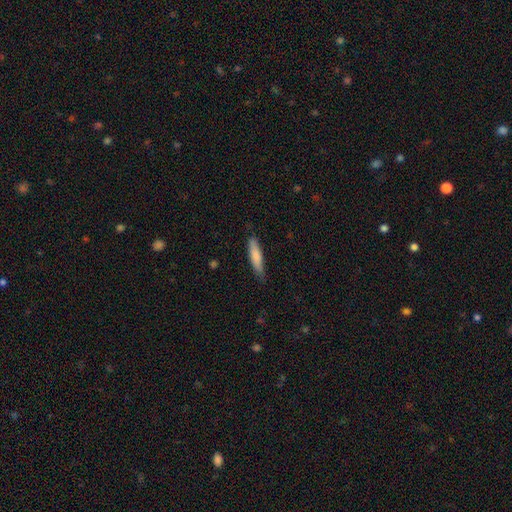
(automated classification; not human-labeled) A smooth galaxy with no disk features (80%) that is cigar-shaped (78%). Merging: none (78%).